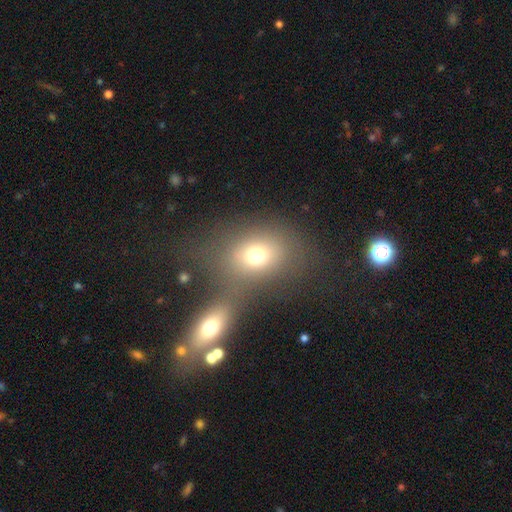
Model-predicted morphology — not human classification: type=smooth (70%); roundness=in between (54%); merging=none (43%).